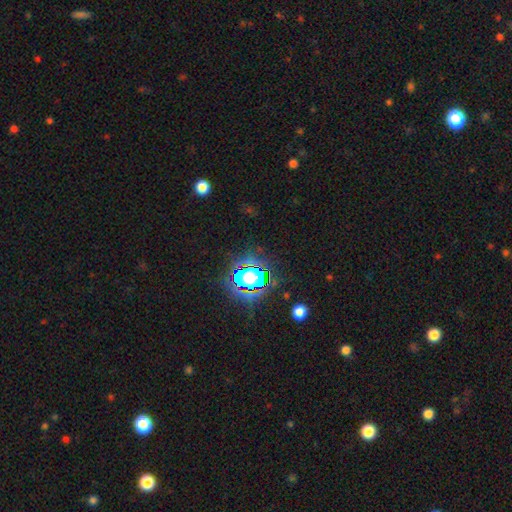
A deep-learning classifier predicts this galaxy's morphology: A star or artifact, not a galaxy (81%).